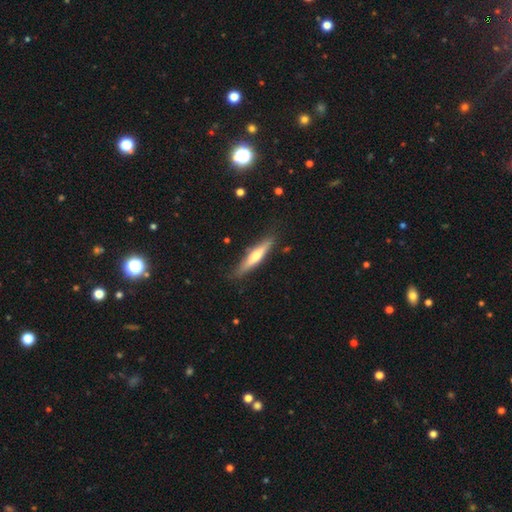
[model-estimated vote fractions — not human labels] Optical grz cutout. It shows a featured or disk galaxy (50%). Merging: none (85%).